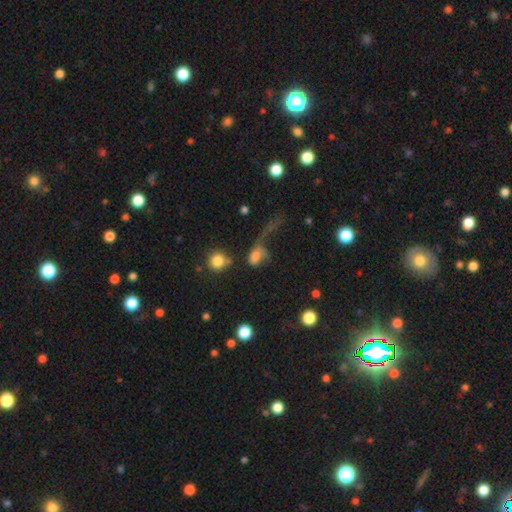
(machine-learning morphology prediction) smooth-or-featured: smooth: 55% | featured or disk: 31% | star or artifact: 14%
  how-rounded: in between: 60% | round: 36% | cigar-shaped: 4%
  merging: major disturbance: 50% | merger: 19% | none: 19% | minor disturbance: 12%